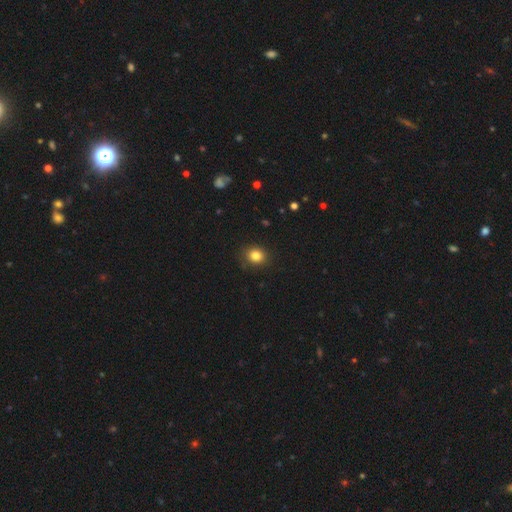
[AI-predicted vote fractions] A smooth galaxy with no disk features (83%) that is round (69%). Merging: none (85%).